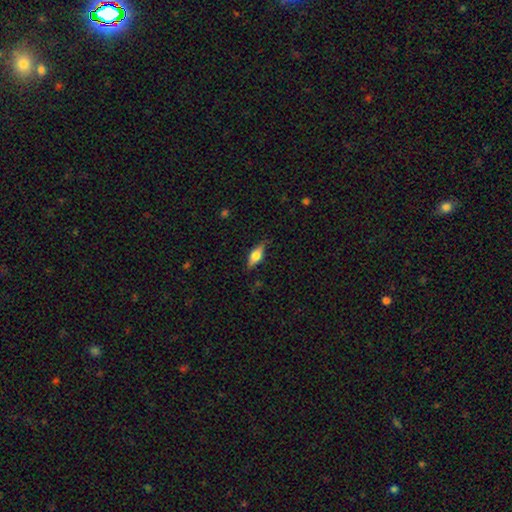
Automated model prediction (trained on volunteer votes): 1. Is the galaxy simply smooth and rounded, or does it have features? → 49% smooth, 44% featured or disk, 7% star or artifact.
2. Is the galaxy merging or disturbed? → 81% none, 15% minor disturbance, 3% major disturbance, 1% merger.